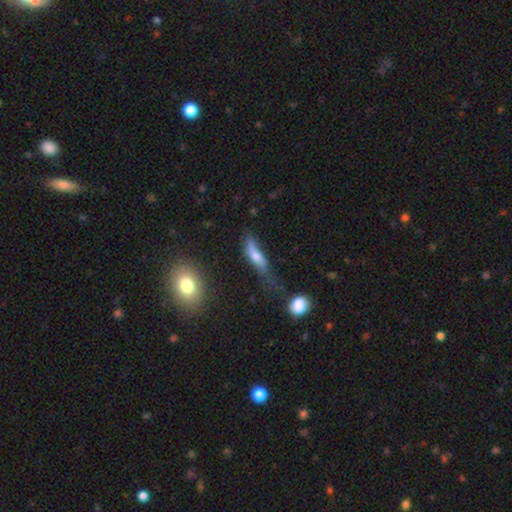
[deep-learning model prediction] Morphology: type=smooth (54%); roundness=cigar-shaped (61%); merging=none (40%).